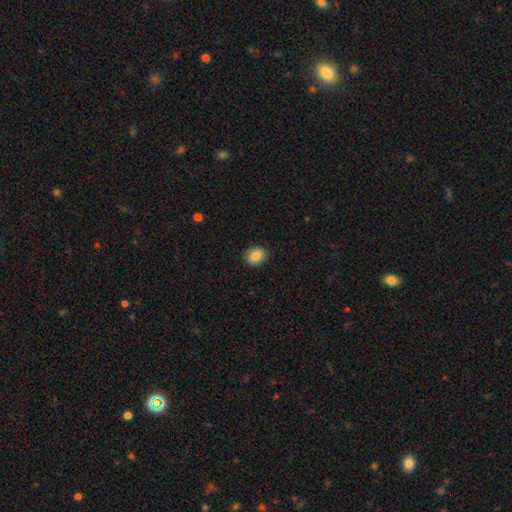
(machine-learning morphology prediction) smooth_or_featured: smooth (p=0.86) [alt: star or artifact p=0.08]
how_rounded: in between (p=0.65) [alt: round p=0.34]
merging: none (p=0.87) [alt: minor disturbance p=0.09]